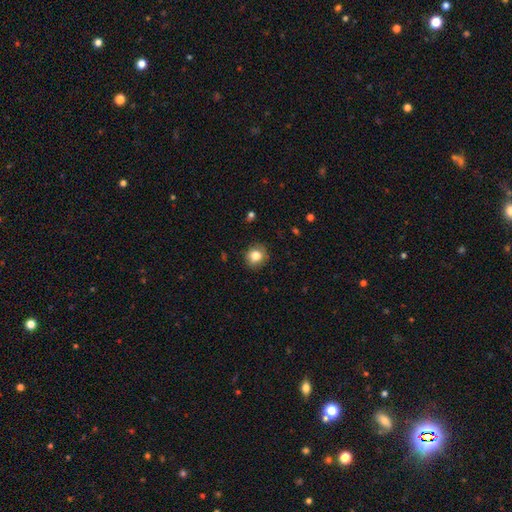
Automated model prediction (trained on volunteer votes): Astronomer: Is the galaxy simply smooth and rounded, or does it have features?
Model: smooth — 82%.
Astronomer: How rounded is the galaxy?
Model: round — 83%.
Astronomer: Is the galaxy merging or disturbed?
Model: none — 87%.